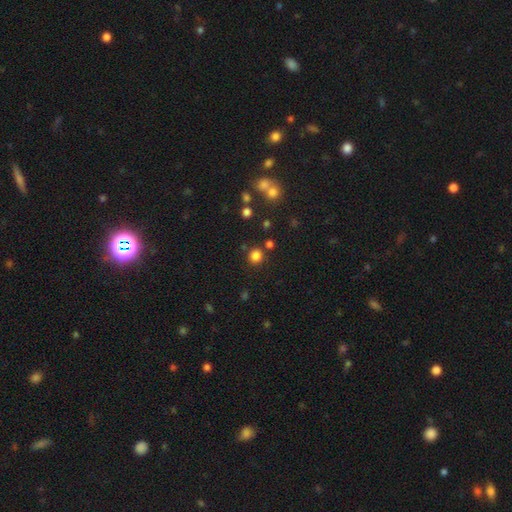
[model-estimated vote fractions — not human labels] The model was most divided on "smooth or featured": smooth: 82%, star or artifact: 14%, featured or disk: 4%. More confident: how rounded — round (88%); merging — none (83%).